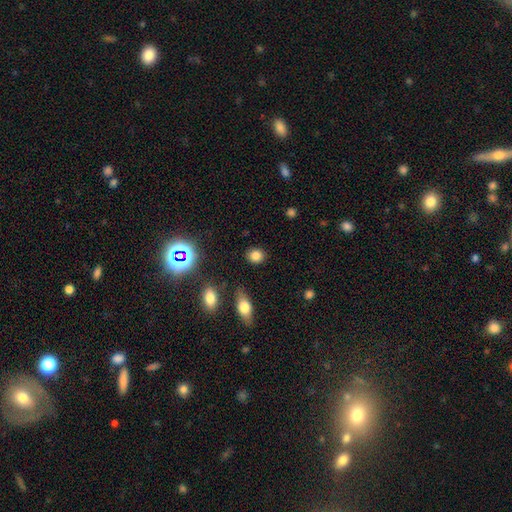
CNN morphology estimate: This is clearly a smooth galaxy (81%). How rounded: likely round (75%). Merging: clearly none (88%).